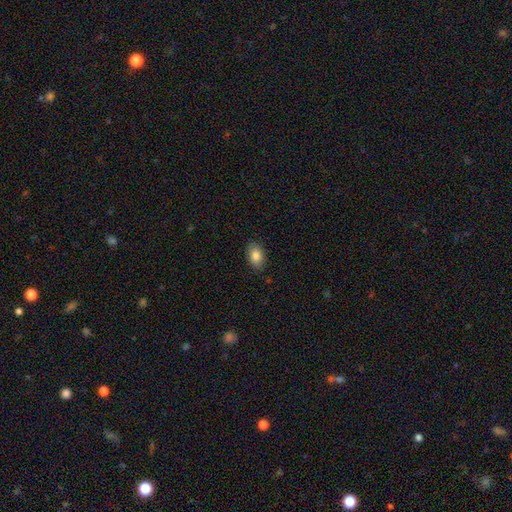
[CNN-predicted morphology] This is clearly a smooth galaxy (83%). How rounded: clearly in between (87%). Merging: clearly none (86%).